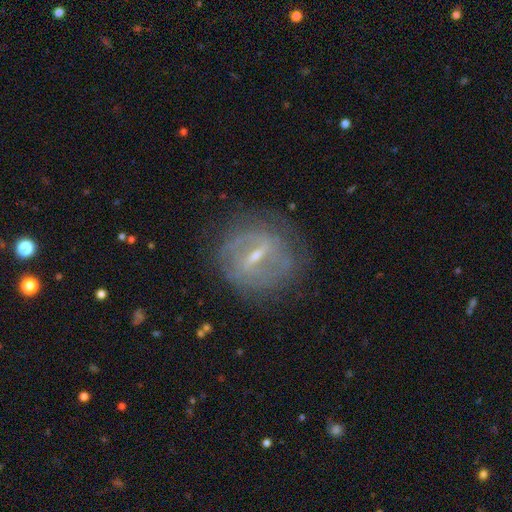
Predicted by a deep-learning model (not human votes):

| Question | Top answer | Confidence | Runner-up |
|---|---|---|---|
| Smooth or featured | featured or disk | 80% | smooth (13%) |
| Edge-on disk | no | 91% | yes (9%) |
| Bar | strong | 53% | weak (39%) |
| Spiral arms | yes | 70% | no (30%) |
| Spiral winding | tight | 55% | medium (32%) |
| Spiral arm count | can't tell | 43% | 2 (40%) |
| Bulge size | small | 64% | moderate (30%) |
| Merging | none | 75% | minor disturbance (15%) |